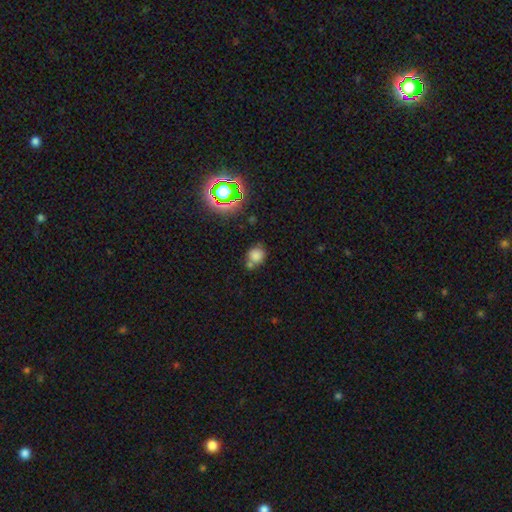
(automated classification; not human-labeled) Morphology: type=smooth (73%); roundness=round (72%); merging=none (53%).